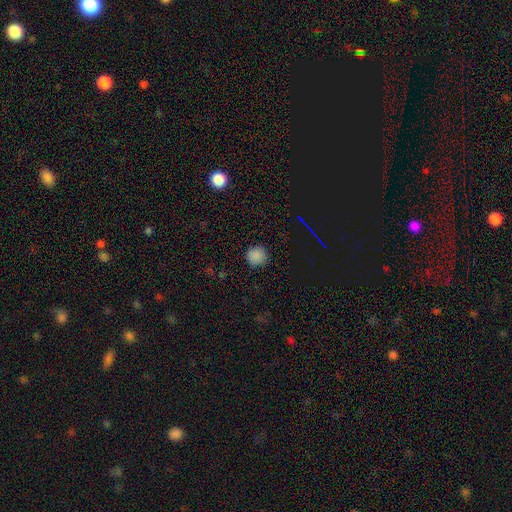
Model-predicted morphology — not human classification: Smooth or featured? Predicted: smooth (p=0.84). How rounded? Predicted: round (p=0.94). Merging? Predicted: none (p=0.90).